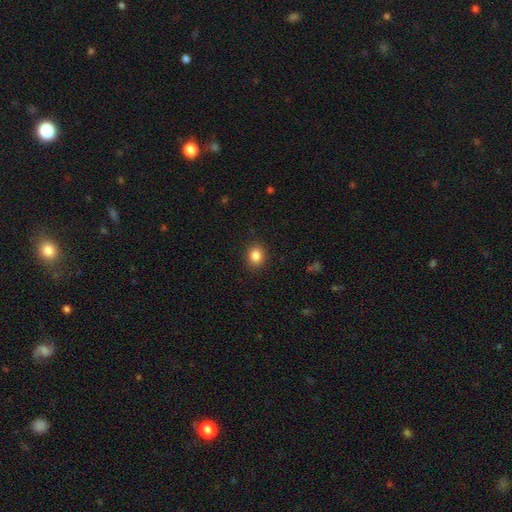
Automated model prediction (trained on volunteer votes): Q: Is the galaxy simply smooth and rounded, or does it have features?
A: smooth — 84%.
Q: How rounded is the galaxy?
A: round — 67%.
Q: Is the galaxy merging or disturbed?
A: none — 90%.